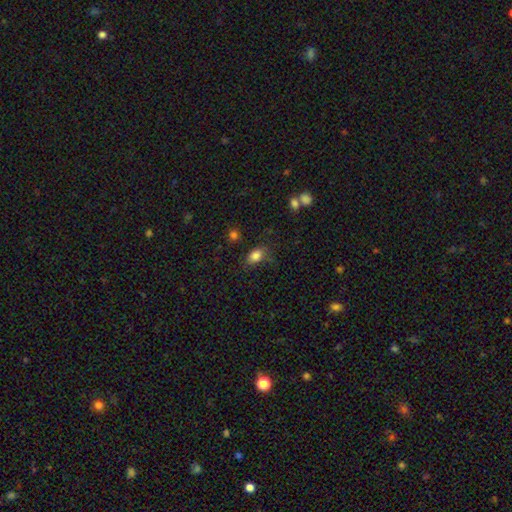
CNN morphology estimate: A smooth galaxy with no disk features (84%) that is in between round and cigar-shaped (78%).

Vote fractions:
- Smooth or featured? smooth: 84% / star or artifact: 10% / featured or disk: 6%
- How rounded? in between: 78% / round: 20% / cigar-shaped: 2%
- Merging? none: 71% / minor disturbance: 20% / major disturbance: 6% / merger: 3%